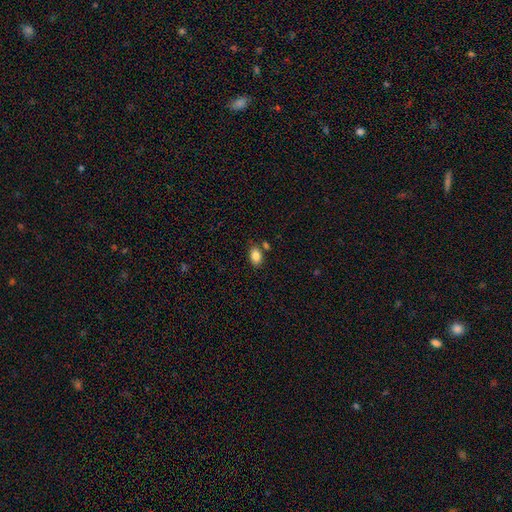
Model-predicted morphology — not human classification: type=smooth (86%); roundness=in between (85%); merging=none (76%).